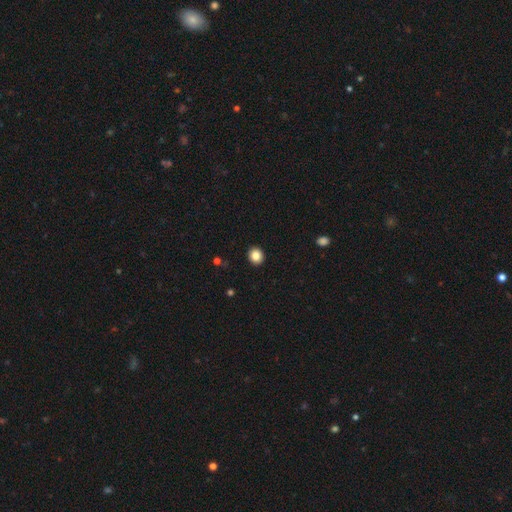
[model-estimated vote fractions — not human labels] Smooth or featured? smooth (85%)
How rounded? round (82%)
Merging? none (93%)